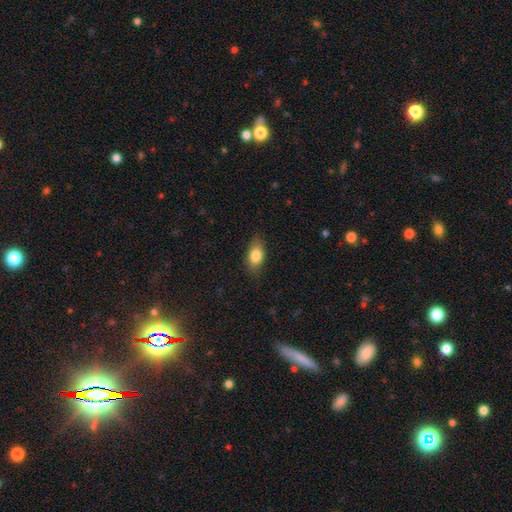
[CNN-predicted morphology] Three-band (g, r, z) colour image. It shows a smooth galaxy with no disk features (82%) that is in between round and cigar-shaped (86%). Merging: none (82%).